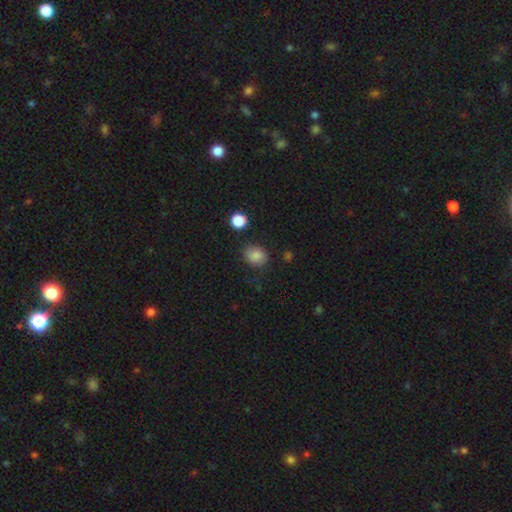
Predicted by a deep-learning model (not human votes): Overall: smooth (84%). How rounded: round (61%; in between 38%). Merging: none (79%).